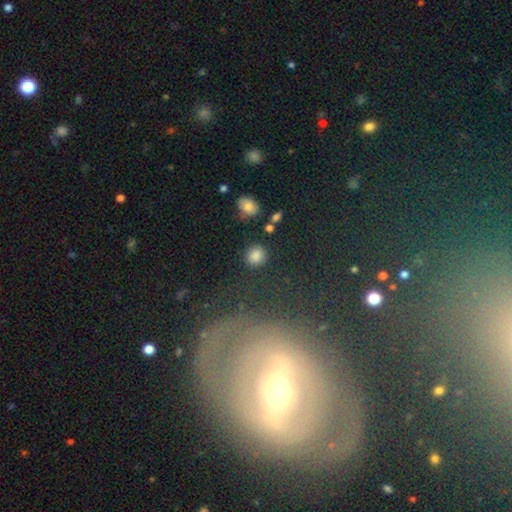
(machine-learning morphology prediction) Smooth or featured? Predicted: smooth (p=0.83). How rounded? Predicted: round (p=0.77). Merging? Predicted: none (p=0.83).